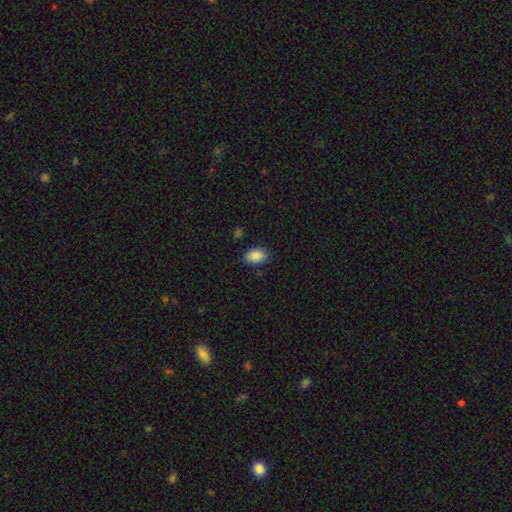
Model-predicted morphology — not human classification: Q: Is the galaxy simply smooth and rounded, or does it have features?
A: smooth — 88%.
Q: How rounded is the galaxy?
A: in between — 88%.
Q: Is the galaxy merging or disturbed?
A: none — 83%.